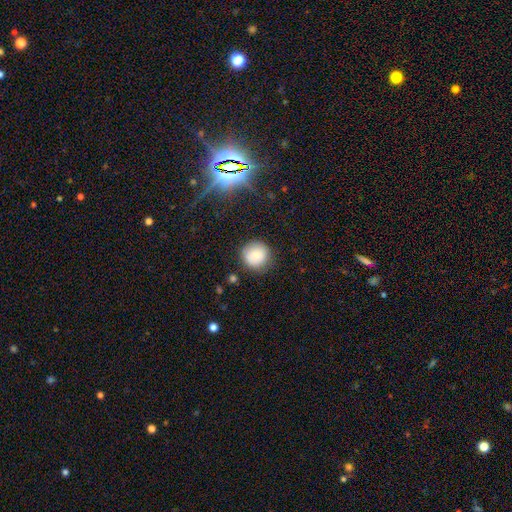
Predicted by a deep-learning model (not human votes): Smooth or featured? Predicted: smooth (p=0.78). How rounded? Predicted: round (p=0.92). Merging? Predicted: none (p=0.82).